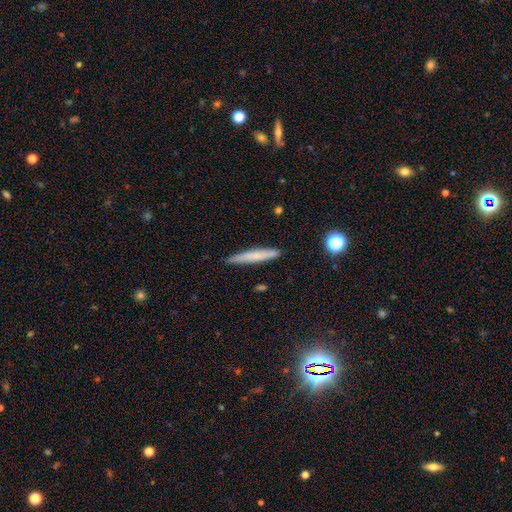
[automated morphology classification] Smooth or featured? smooth (66%)
How rounded? cigar-shaped (95%)
Merging? none (86%)